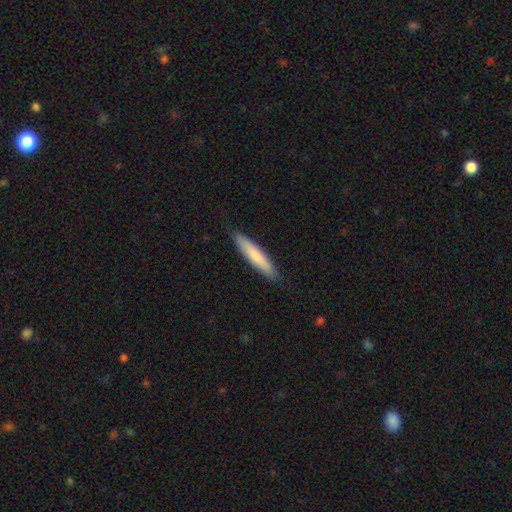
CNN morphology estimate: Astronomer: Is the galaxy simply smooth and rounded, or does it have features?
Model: smooth — 76%.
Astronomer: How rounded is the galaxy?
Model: cigar-shaped — 89%.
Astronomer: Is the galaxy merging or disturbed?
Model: none — 88%.